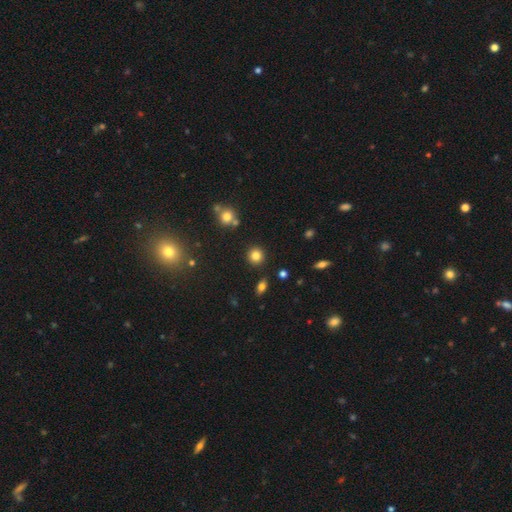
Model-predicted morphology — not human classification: smooth 82%, star or artifact 12%, featured or disk 6%. Down the decision tree: how rounded — round (91%); merging — none (89%).